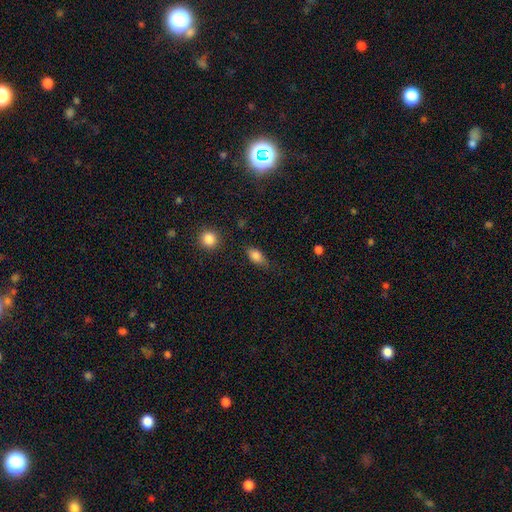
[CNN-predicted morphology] smooth_or_featured: smooth (p=0.81) [alt: featured or disk p=0.10]
how_rounded: in between (p=0.83) [alt: round p=0.10]
merging: none (p=0.70) [alt: minor disturbance p=0.22]